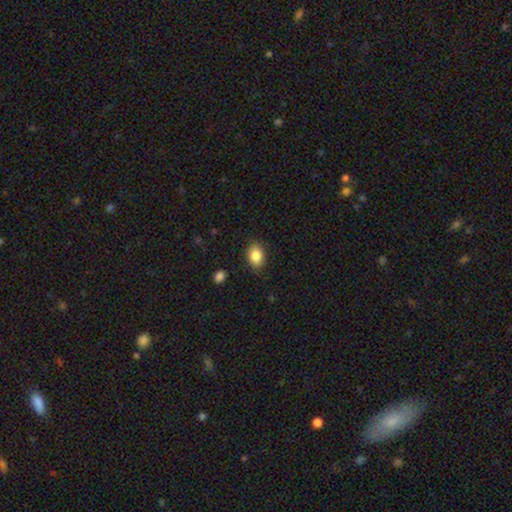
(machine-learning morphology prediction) This appears to be a smooth galaxy with no disk features (86%) that is in between round and cigar-shaped (76%). Merging: none (83%).